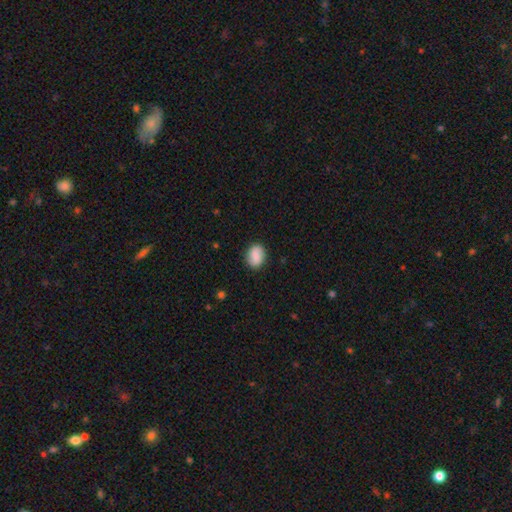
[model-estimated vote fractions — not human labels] smooth-or-featured: smooth: 82% | featured or disk: 11% | star or artifact: 7%
  how-rounded: in between: 62% | round: 37% | cigar-shaped: 1%
  merging: none: 85% | minor disturbance: 11% | major disturbance: 3% | merger: 1%